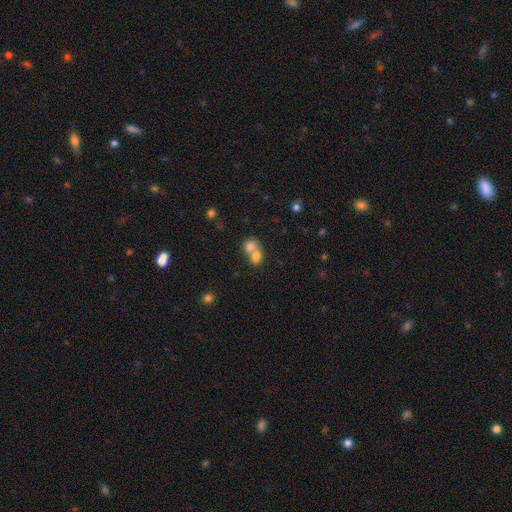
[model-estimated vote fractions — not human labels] This appears to be a smooth galaxy with no disk features (75%) that is round (52%). Merging: merger (71%).